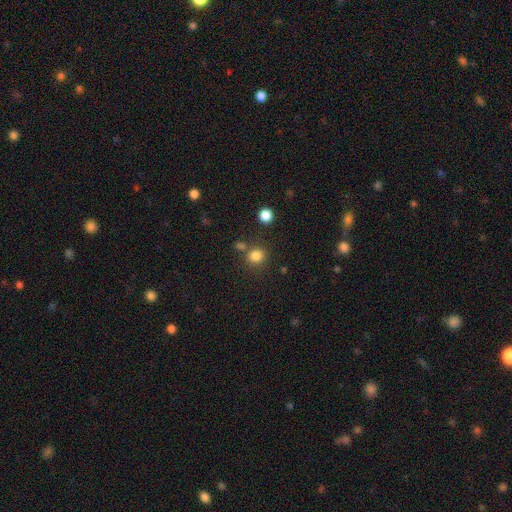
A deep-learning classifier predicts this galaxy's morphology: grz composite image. It shows a smooth galaxy with no disk features (82%) that is round (81%). Merging: none (74%).